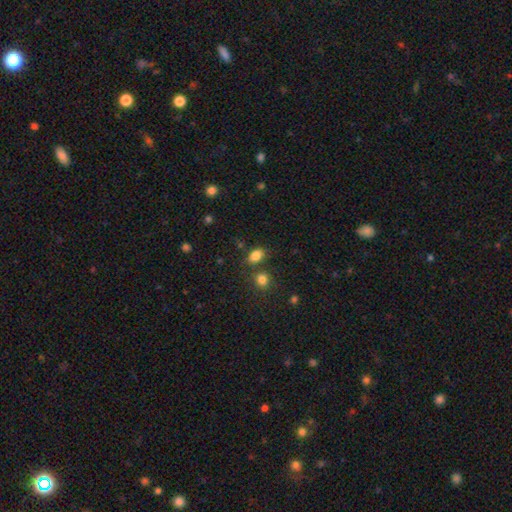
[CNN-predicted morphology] smooth 83%, star or artifact 11%, featured or disk 5%. Down the decision tree: how rounded — in between (77%); merging — none (71%).